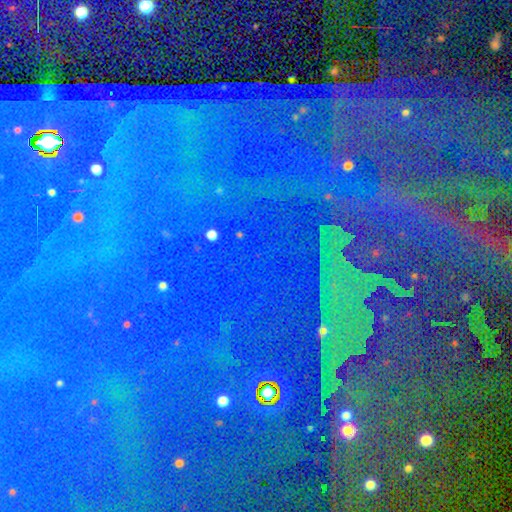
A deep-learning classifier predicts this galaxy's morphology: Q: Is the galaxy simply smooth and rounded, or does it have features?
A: star or artifact — 86%.